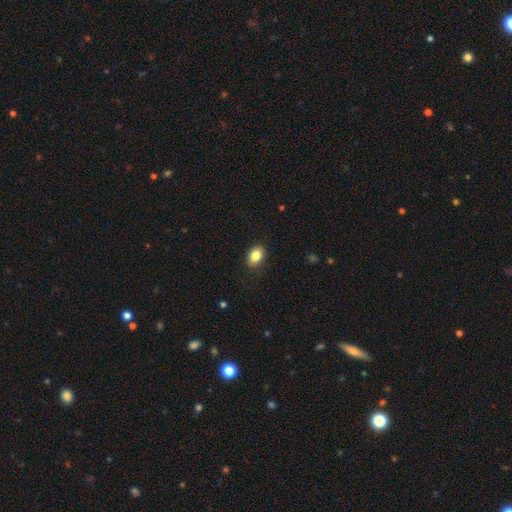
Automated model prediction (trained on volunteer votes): Smooth or featured: smooth — 85% (star or artifact — 8%)
How rounded: in between — 78% (round — 21%)
Merging: none — 87% (minor disturbance — 9%)